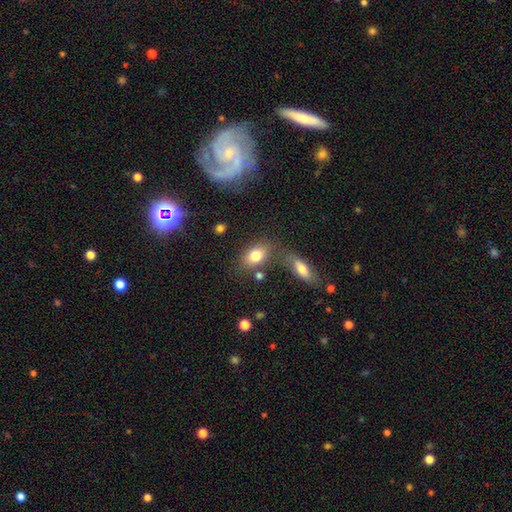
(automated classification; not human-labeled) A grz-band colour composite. It shows a smooth galaxy with no disk features (80%) that is in between round and cigar-shaped (79%). Merging: none (62%).